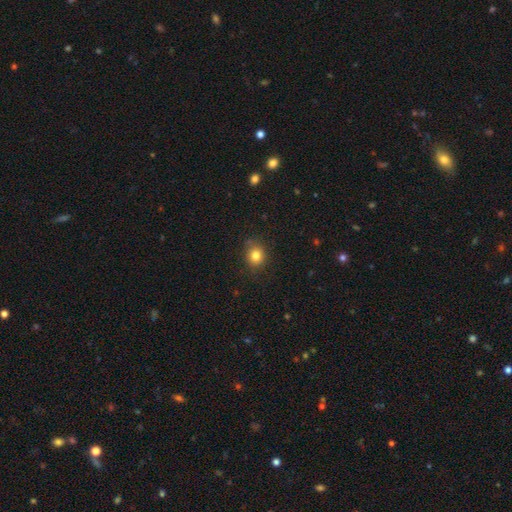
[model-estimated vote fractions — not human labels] This appears to be a smooth galaxy with no disk features (82%) that is round (74%). Merging: none (83%).